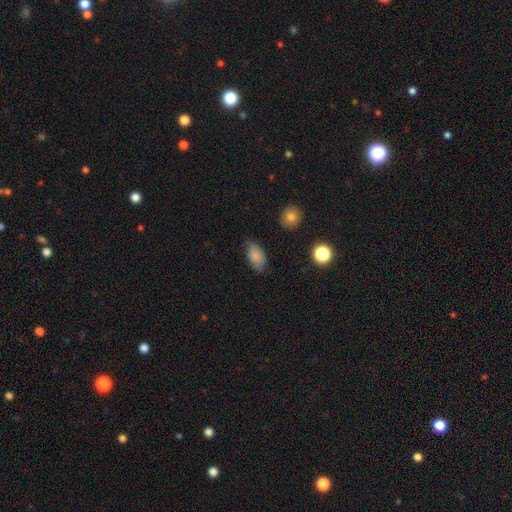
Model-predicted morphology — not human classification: A smooth galaxy with no disk features (84%) that is in between round and cigar-shaped (92%). Merging: none (73%).